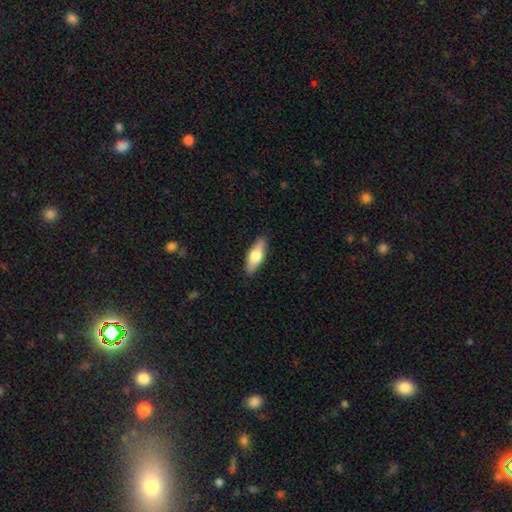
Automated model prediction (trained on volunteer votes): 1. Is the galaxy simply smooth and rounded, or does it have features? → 64% smooth, 30% featured or disk, 6% star or artifact.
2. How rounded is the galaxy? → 65% in between, 32% cigar-shaped, 3% round.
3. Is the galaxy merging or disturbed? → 88% none, 9% minor disturbance, 2% major disturbance, 1% merger.